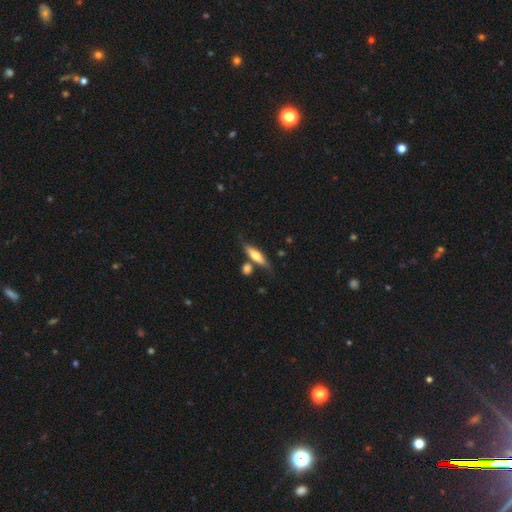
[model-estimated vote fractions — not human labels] Morphology: type=smooth (58%); roundness=cigar-shaped (62%); merging=none (68%).